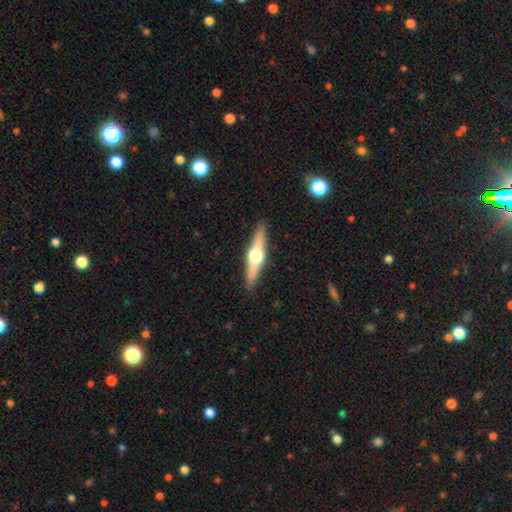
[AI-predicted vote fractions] Smooth or featured?
  - featured or disk: 69% *
  - smooth: 26%
  - star or artifact: 5%
Edge-on disk?
  - yes: 97% *
  - no: 3%
Edge-on bulge?
  - rounded: 95% *
  - boxy: 3%
  - none: 2%
Merging?
  - none: 90% *
  - minor disturbance: 8%
  - major disturbance: 2%
  - merger: 1%